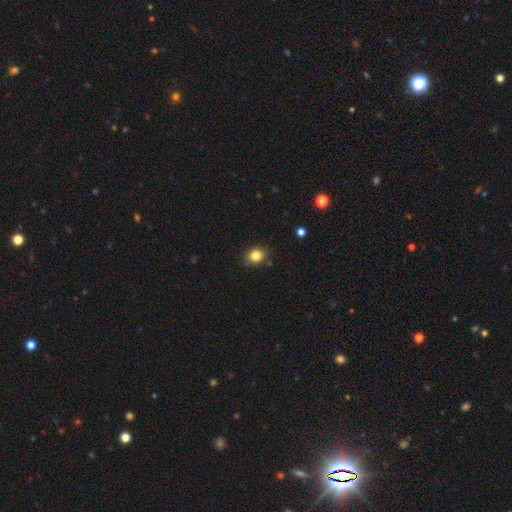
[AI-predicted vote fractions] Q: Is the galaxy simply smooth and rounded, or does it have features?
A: smooth — 83%.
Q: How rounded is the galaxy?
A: round — 65%.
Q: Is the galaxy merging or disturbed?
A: none — 85%.